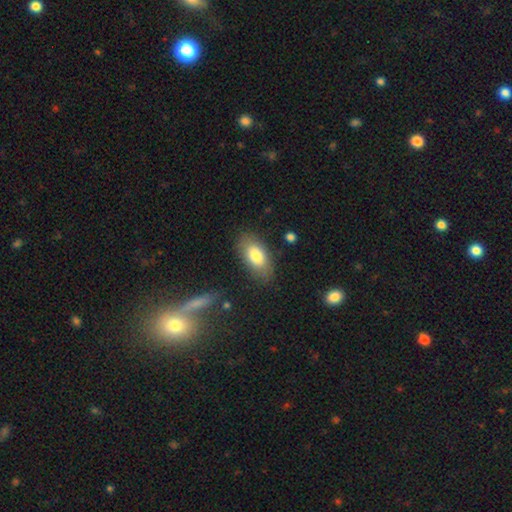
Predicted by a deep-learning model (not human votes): A smooth galaxy with no disk features (79%) that is in between round and cigar-shaped (91%).

Vote fractions:
- Smooth or featured? smooth: 79% / featured or disk: 14% / star or artifact: 7%
- How rounded? in between: 91% / round: 5% / cigar-shaped: 4%
- Merging? none: 80% / minor disturbance: 13% / major disturbance: 4% / merger: 2%